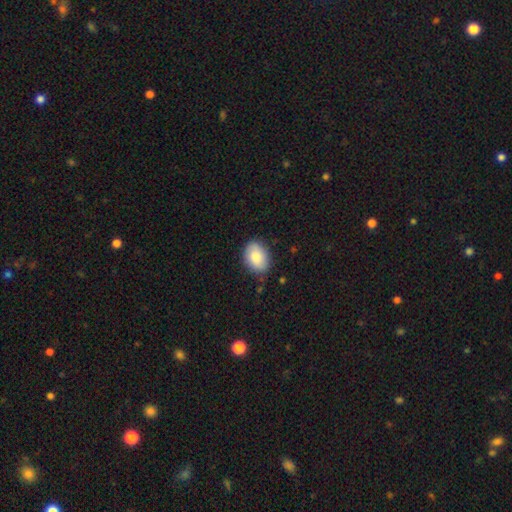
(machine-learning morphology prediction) This appears to be a smooth galaxy with no disk features (84%) that is in between round and cigar-shaped (75%). Merging: none (81%).